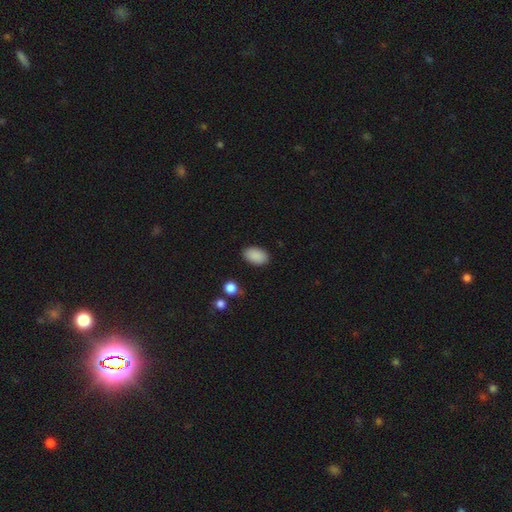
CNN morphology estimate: A smooth galaxy with no disk features (90%) that is in between round and cigar-shaped (92%).

Vote fractions:
- Smooth or featured? smooth: 90% / star or artifact: 7% / featured or disk: 3%
- How rounded? in between: 92% / round: 7% / cigar-shaped: 1%
- Merging? none: 88% / minor disturbance: 9% / major disturbance: 2% / merger: 1%